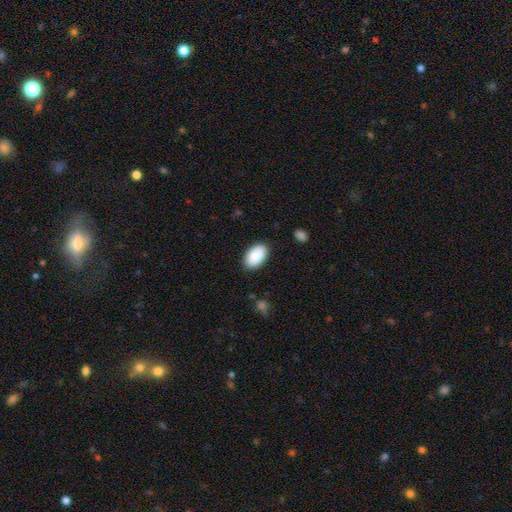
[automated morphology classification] Q: Smooth or featured?
A: smooth (88%); runner-up: featured or disk (6%)
Q: How rounded?
A: in between (94%); runner-up: round (5%)
Q: Merging?
A: none (85%); runner-up: minor disturbance (11%)